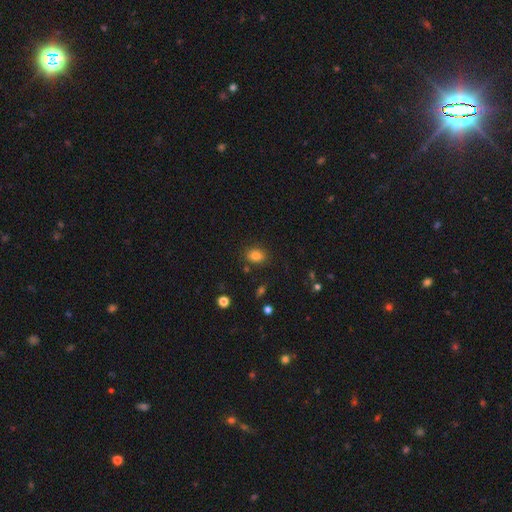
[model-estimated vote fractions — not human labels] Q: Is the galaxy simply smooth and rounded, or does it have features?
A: smooth — 82%.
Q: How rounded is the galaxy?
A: in between — 66%.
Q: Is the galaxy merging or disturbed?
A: none — 85%.